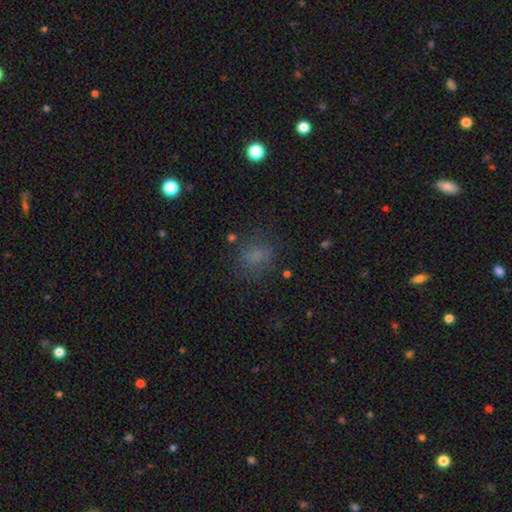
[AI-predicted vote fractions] The model was most divided on "how rounded": round: 52%, in between: 46%, cigar-shaped: 2%. More confident: merging — none (72%); smooth or featured — smooth (70%).